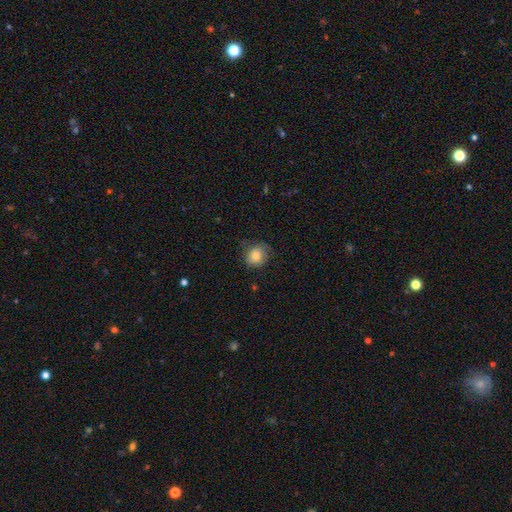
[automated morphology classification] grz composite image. It shows a smooth galaxy with no disk features (82%) that is round (80%). Merging: none (68%).